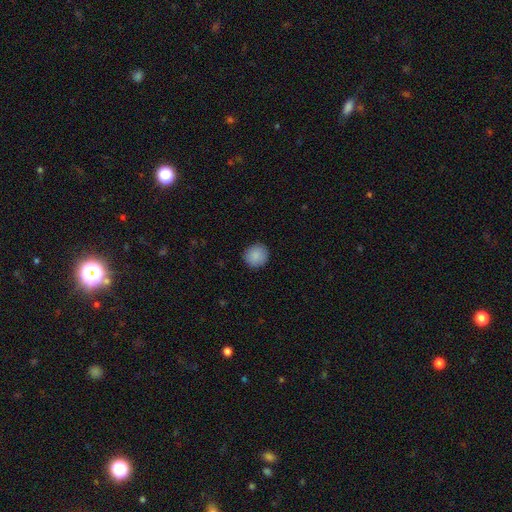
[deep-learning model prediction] A smooth galaxy with no disk features (89%) that is round (92%).

Vote fractions:
- Smooth or featured? smooth: 89% / star or artifact: 8% / featured or disk: 3%
- How rounded? round: 92% / in between: 7% / cigar-shaped: 1%
- Merging? none: 90% / minor disturbance: 7% / major disturbance: 2% / merger: 1%